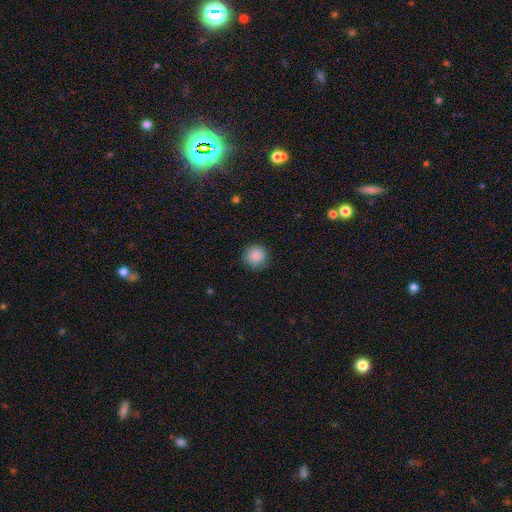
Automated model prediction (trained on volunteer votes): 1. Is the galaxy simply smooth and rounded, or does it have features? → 88% smooth, 9% star or artifact, 3% featured or disk.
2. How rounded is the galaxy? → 94% round, 5% in between, 1% cigar-shaped.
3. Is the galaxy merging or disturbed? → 87% none, 10% minor disturbance, 2% major disturbance, 1% merger.